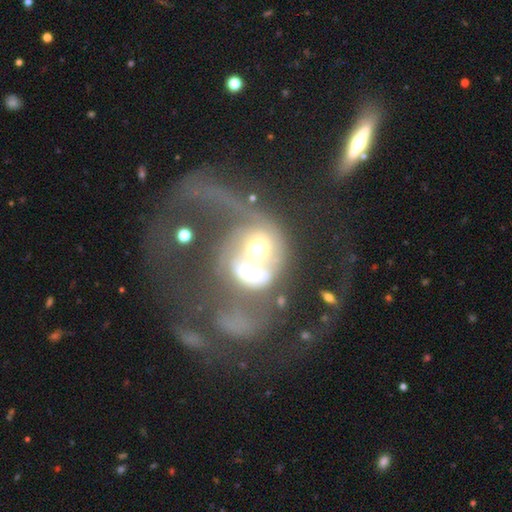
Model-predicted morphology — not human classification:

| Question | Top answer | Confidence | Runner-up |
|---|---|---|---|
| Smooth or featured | featured or disk | 66% | smooth (24%) |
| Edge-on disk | no | 96% | yes (4%) |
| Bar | no | 75% | weak (18%) |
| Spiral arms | yes | 53% | no (47%) |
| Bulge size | moderate | 55% | large (23%) |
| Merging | merger | 67% | major disturbance (23%) |